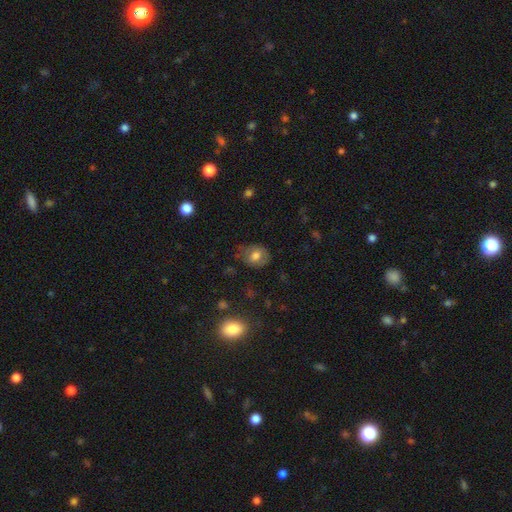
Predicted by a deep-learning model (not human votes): Smooth or featured? Predicted: smooth (p=0.71). How rounded? Predicted: round (p=0.56). Merging? Predicted: none (p=0.70).